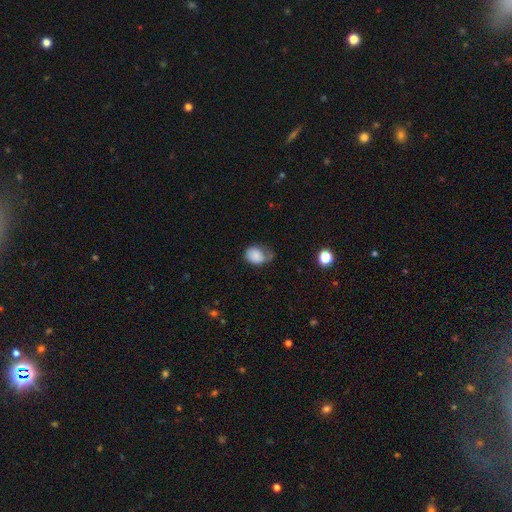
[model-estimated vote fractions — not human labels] Overall: smooth (82%). How rounded: in between (62%; round 37%). Merging: none (40%; minor disturbance 39%).